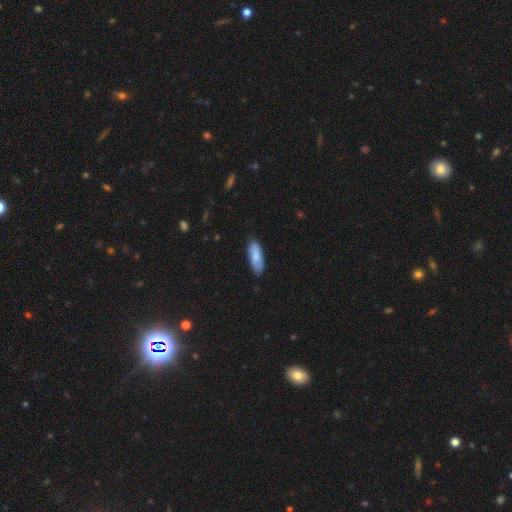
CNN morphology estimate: A smooth galaxy with no disk features (80%) that is in between round and cigar-shaped (67%). Merging: none (82%).